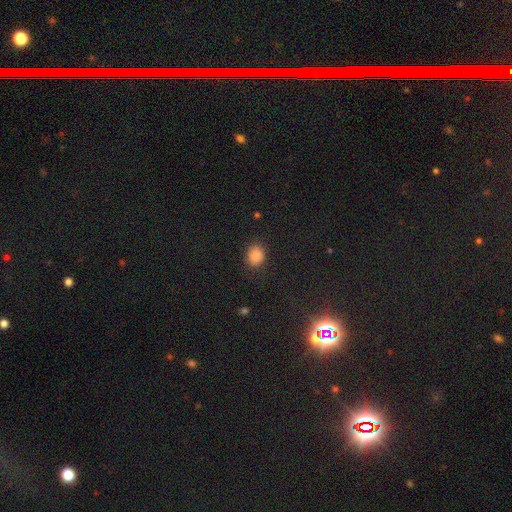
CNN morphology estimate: Smooth or featured?
  - smooth: 84% *
  - star or artifact: 12%
  - featured or disk: 4%
How rounded?
  - round: 57% *
  - in between: 42%
  - cigar-shaped: 1%
Merging?
  - none: 85% *
  - minor disturbance: 10%
  - major disturbance: 4%
  - merger: 1%